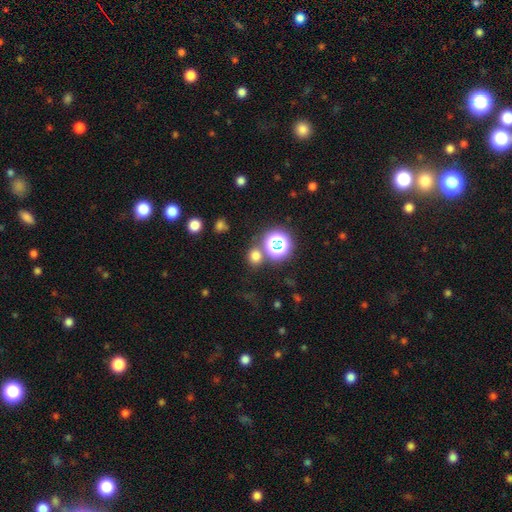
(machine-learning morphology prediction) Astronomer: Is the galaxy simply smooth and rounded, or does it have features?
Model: smooth — 66%.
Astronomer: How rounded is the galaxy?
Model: round — 78%.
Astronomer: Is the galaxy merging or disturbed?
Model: none — 76%.